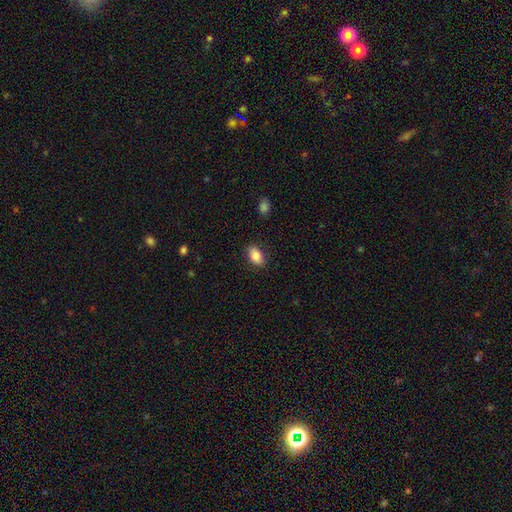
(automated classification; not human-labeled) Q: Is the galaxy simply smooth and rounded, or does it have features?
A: smooth — 84%.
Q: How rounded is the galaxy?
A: in between — 89%.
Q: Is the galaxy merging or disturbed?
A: none — 86%.